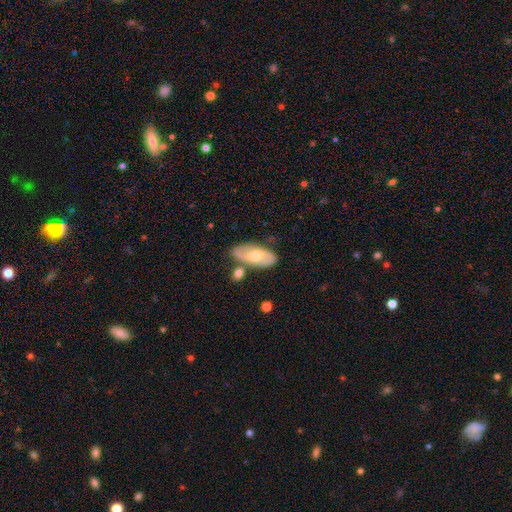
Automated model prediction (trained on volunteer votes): featured or disk 55%, smooth 40%, star or artifact 6%. Down the decision tree: edge-on disk — no (87%); merging — none (70%).